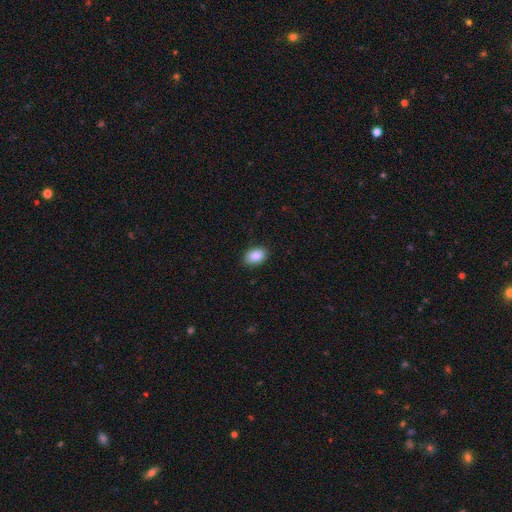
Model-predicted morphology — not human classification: This appears to be a smooth galaxy with no disk features (89%) that is in between round and cigar-shaped (89%). Merging: none (88%).